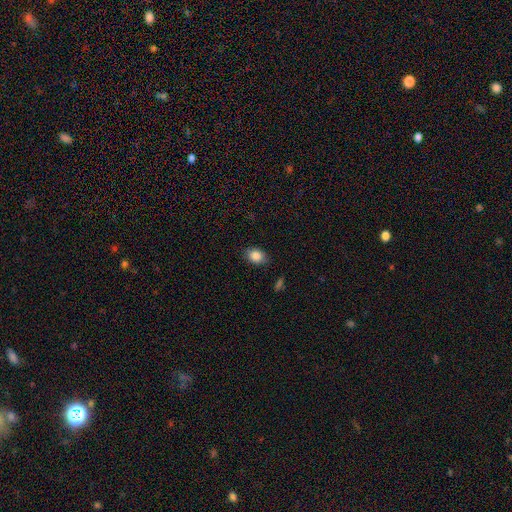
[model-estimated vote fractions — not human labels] smooth-or-featured: smooth: 86% | star or artifact: 9% | featured or disk: 5%
  how-rounded: in between: 65% | round: 34% | cigar-shaped: 1%
  merging: none: 82% | minor disturbance: 14% | major disturbance: 3% | merger: 1%